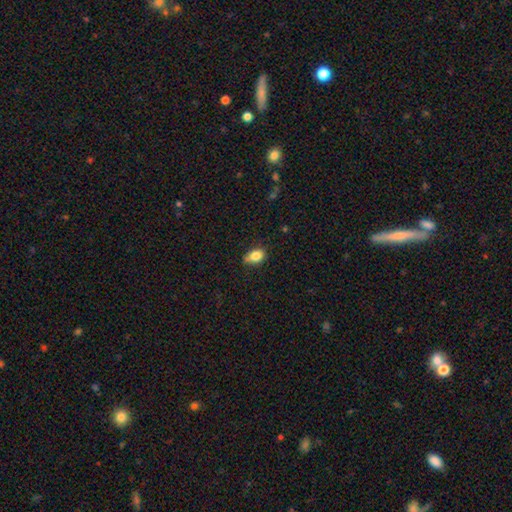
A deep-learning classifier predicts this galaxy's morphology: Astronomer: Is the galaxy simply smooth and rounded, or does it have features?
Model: smooth — 82%.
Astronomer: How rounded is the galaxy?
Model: in between — 74%.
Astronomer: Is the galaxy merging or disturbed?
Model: none — 61%.